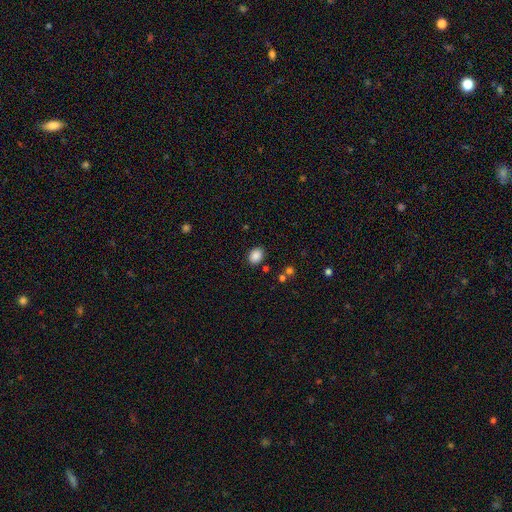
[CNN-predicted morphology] The model was most divided on "how rounded": in between: 62%, round: 37%, cigar-shaped: 1%. More confident: smooth or featured — smooth (87%); merging — none (86%).